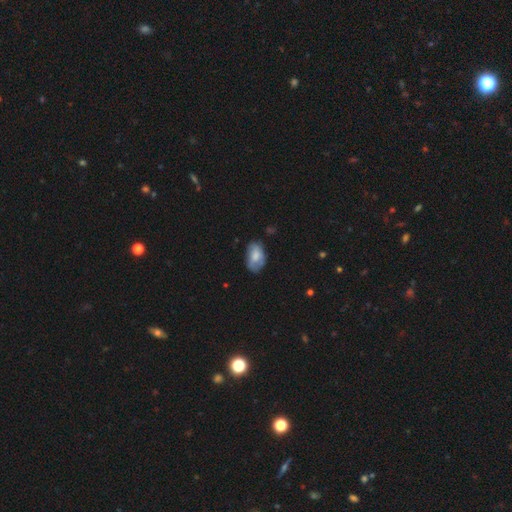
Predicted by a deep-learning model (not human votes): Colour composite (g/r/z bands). It shows a smooth galaxy with no disk features (68%) that is in between round and cigar-shaped (91%). Merging: none (58%).